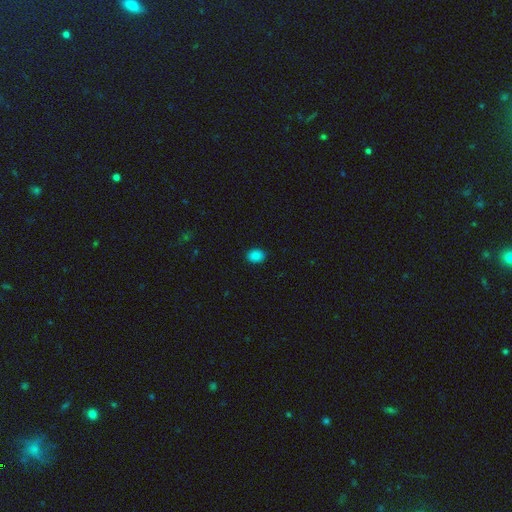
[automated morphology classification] A smooth galaxy with no disk features (86%) that is in between round and cigar-shaped (66%).

Vote fractions:
- Smooth or featured? smooth: 86% / star or artifact: 11% / featured or disk: 3%
- How rounded? in between: 66% / round: 33% / cigar-shaped: 1%
- Merging? none: 90% / minor disturbance: 7% / major disturbance: 2% / merger: 1%